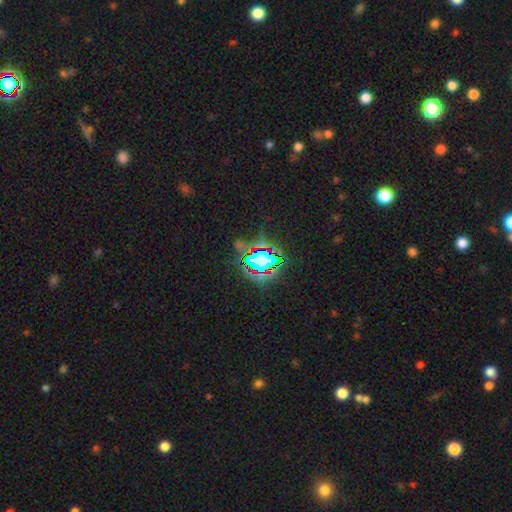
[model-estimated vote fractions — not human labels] This appears to be a star or artifact, not a galaxy (80%).